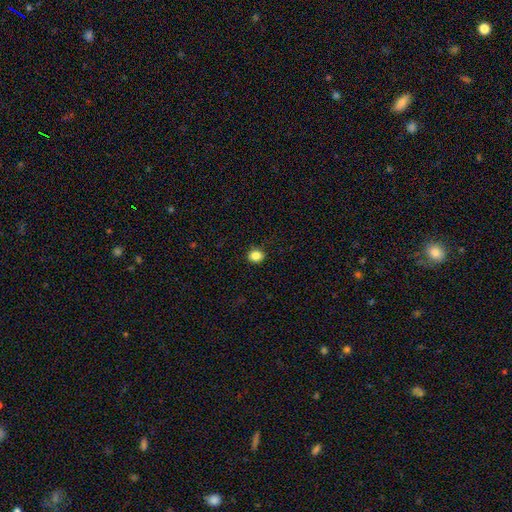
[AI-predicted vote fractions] Smooth or featured? smooth (85%)
How rounded? round (80%)
Merging? none (91%)